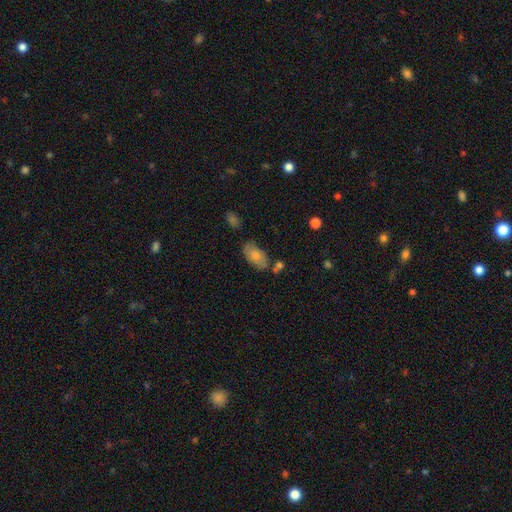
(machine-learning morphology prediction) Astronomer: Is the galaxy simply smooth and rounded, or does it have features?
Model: smooth — 76%.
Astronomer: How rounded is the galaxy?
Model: in between — 94%.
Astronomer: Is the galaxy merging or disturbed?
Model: none — 64%.